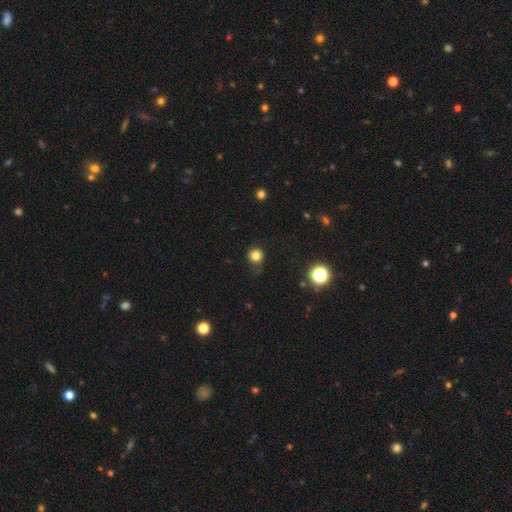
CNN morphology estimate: The model was most divided on "merging": none: 77%, minor disturbance: 16%, major disturbance: 5%, merger: 2%. More confident: how rounded — round (91%); smooth or featured — smooth (81%).